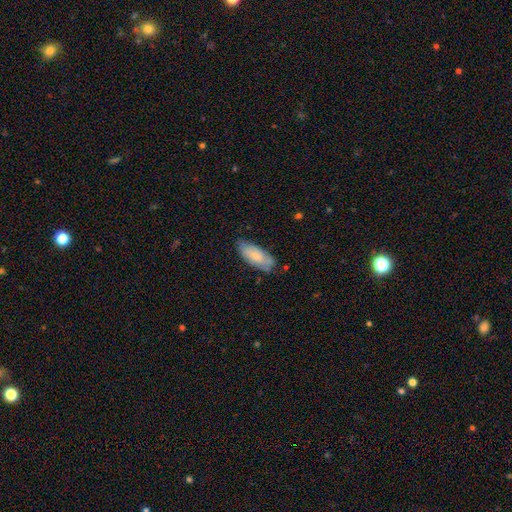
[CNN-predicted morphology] Smooth or featured: smooth — 70% (featured or disk — 24%)
How rounded: in between — 84% (cigar-shaped — 14%)
Merging: none — 63% (minor disturbance — 28%)